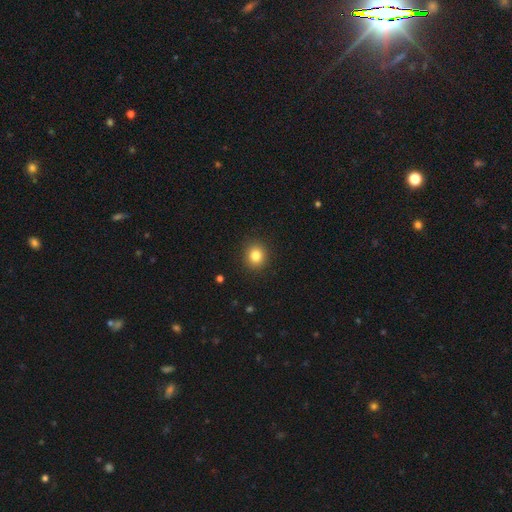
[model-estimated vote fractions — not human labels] Smooth or featured: smooth — 83% (star or artifact — 11%)
How rounded: round — 82% (in between — 17%)
Merging: none — 91% (minor disturbance — 6%)